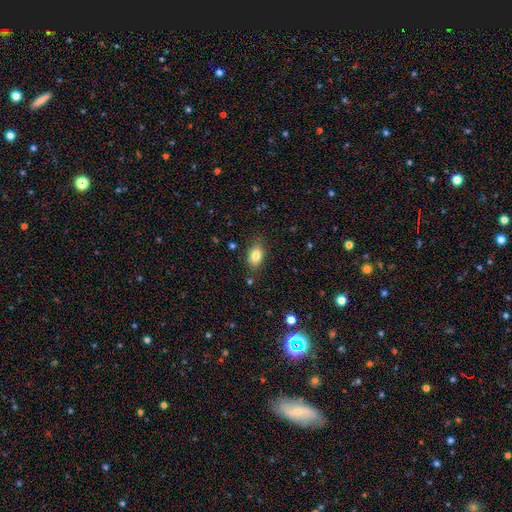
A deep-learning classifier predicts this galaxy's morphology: type=smooth (83%); roundness=in between (87%); merging=none (81%).